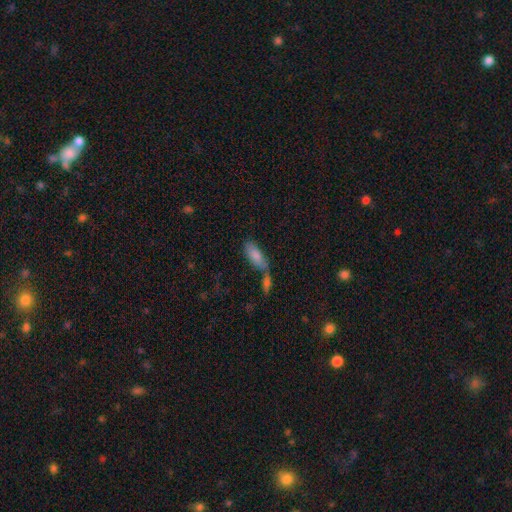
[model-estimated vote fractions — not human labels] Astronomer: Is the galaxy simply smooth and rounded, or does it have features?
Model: smooth — 81%.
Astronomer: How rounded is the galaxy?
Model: in between — 81%.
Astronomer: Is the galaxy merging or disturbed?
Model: merger — 41% (runner-up: none, 40%).